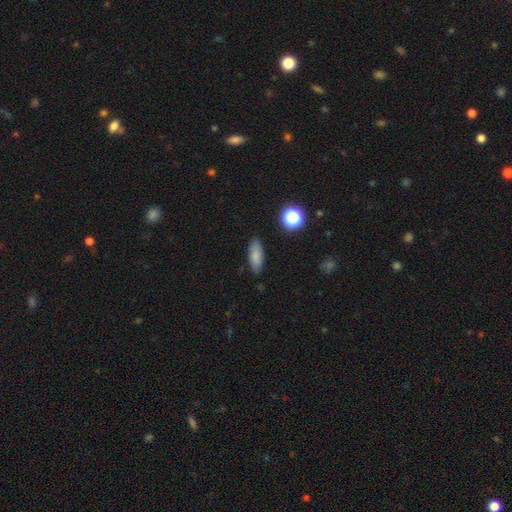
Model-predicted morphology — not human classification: smooth 82%, star or artifact 10%, featured or disk 8%. Down the decision tree: how rounded — in between (71%); merging — none (86%).